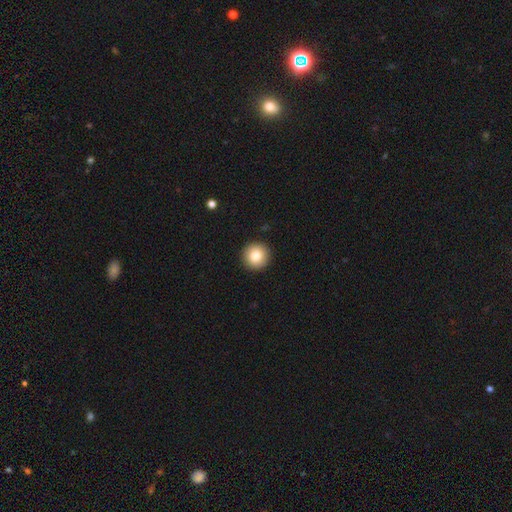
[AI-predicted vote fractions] Smooth or featured: smooth — 83% (star or artifact — 9%)
How rounded: round — 96% (in between — 3%)
Merging: none — 93% (minor disturbance — 5%)